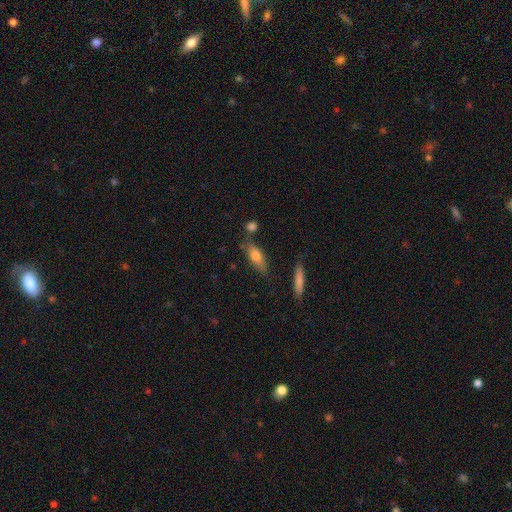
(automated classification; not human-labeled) This is likely a smooth galaxy (71%). How rounded: possibly in between (58%). Merging: likely none (69%).